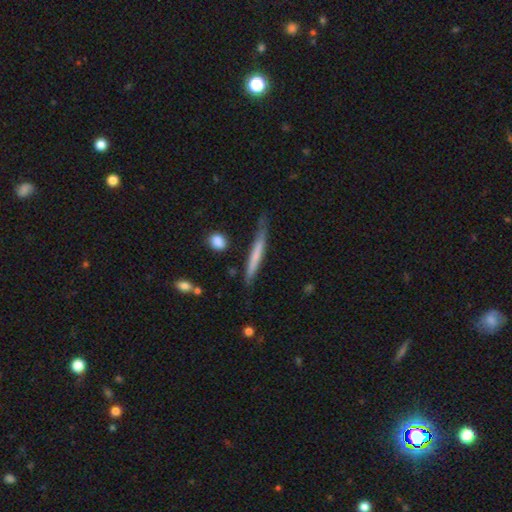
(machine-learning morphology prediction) Smooth or featured?
  - smooth: 58% *
  - featured or disk: 37%
  - star or artifact: 5%
How rounded?
  - cigar-shaped: 95% *
  - in between: 3%
  - round: 2%
Merging?
  - none: 72% *
  - minor disturbance: 21%
  - major disturbance: 4%
  - merger: 3%